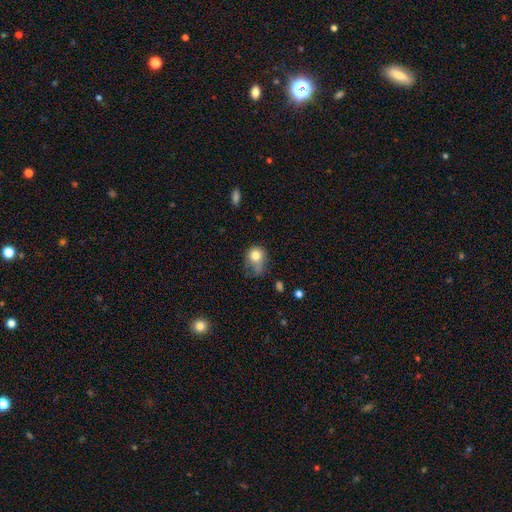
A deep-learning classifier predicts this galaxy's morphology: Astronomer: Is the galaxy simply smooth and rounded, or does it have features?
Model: smooth — 77%.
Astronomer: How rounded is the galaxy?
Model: round — 62%.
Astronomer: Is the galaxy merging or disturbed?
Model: minor disturbance — 35% (runner-up: none, 31%).